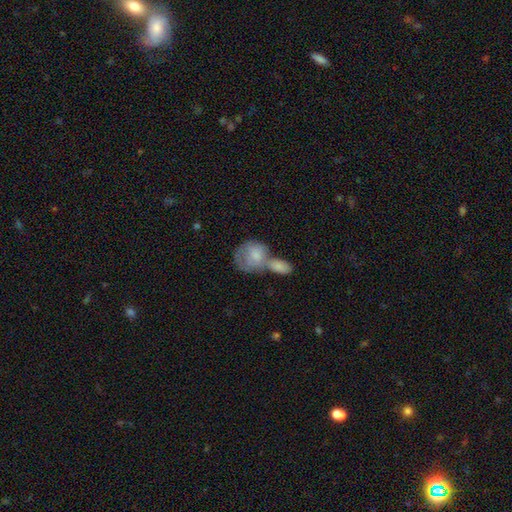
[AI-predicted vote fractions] A smooth galaxy with no disk features (70%) that is round (53%). Merging: merger (61%).